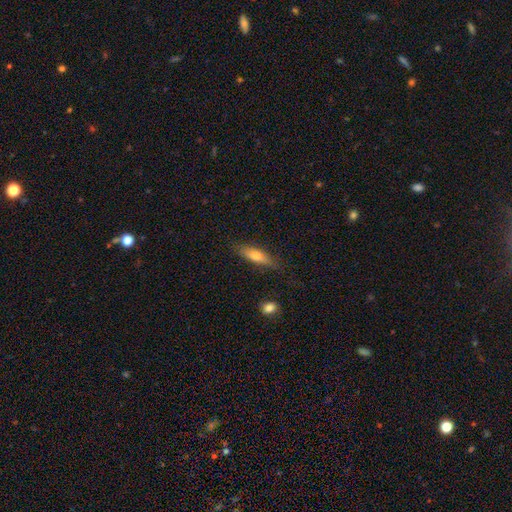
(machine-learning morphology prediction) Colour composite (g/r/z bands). It shows a smooth galaxy with no disk features (68%) that is cigar-shaped (61%). Merging: none (80%).